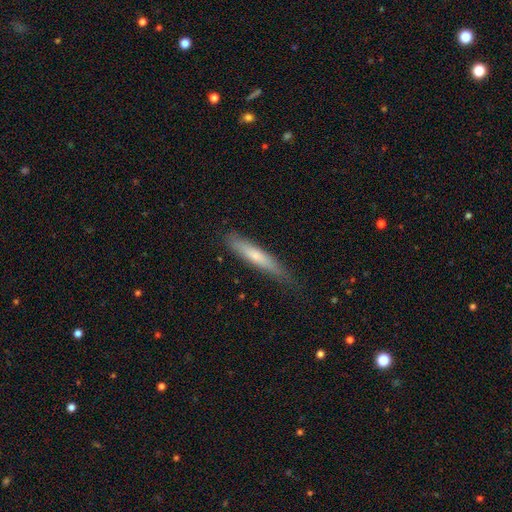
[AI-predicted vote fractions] Q: Smooth or featured?
A: smooth (67%); runner-up: featured or disk (27%)
Q: How rounded?
A: cigar-shaped (91%); runner-up: in between (8%)
Q: Merging?
A: none (76%); runner-up: minor disturbance (19%)